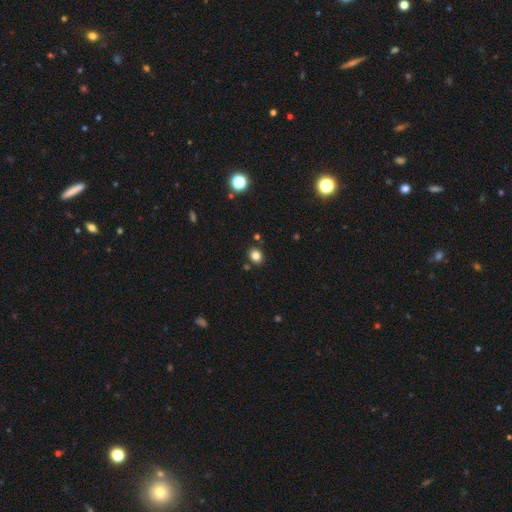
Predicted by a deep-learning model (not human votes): A smooth galaxy with no disk features (82%) that is round (68%).

Vote fractions:
- Smooth or featured? smooth: 82% / star or artifact: 13% / featured or disk: 6%
- How rounded? round: 68% / in between: 31% / cigar-shaped: 1%
- Merging? none: 85% / minor disturbance: 8% / merger: 5% / major disturbance: 2%